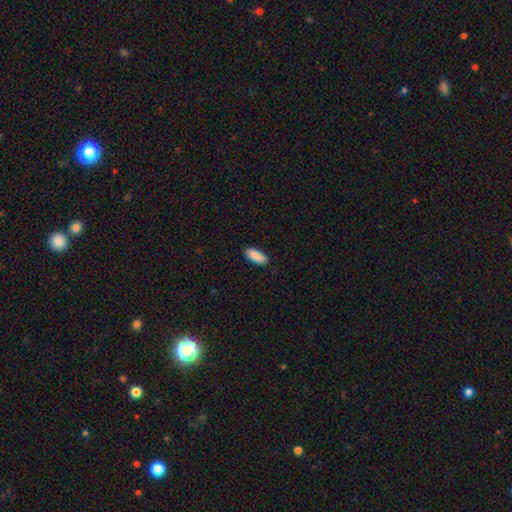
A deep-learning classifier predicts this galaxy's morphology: smooth_or_featured: smooth (p=0.90) [alt: star or artifact p=0.06]
how_rounded: in between (p=0.86) [alt: cigar-shaped p=0.12]
merging: none (p=0.87) [alt: minor disturbance p=0.10]